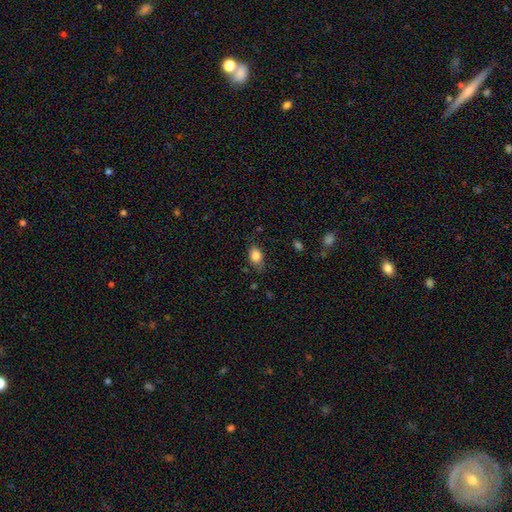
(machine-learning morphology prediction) Smooth or featured? smooth (85%)
How rounded? in between (78%)
Merging? none (68%)